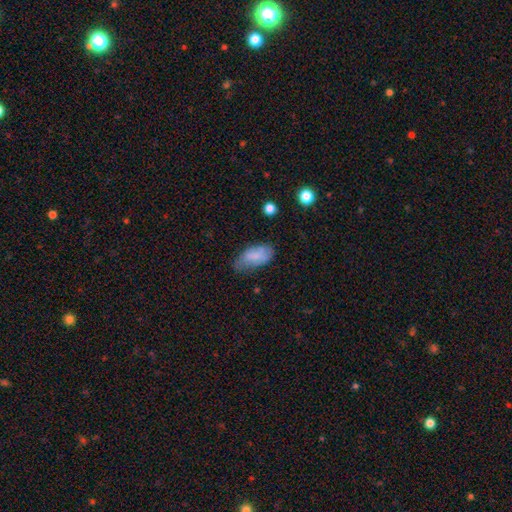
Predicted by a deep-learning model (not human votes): Smooth or featured?
  - smooth: 76% *
  - featured or disk: 16%
  - star or artifact: 8%
How rounded?
  - in between: 92% *
  - cigar-shaped: 5%
  - round: 3%
Merging?
  - none: 49% *
  - minor disturbance: 37%
  - major disturbance: 12%
  - merger: 2%